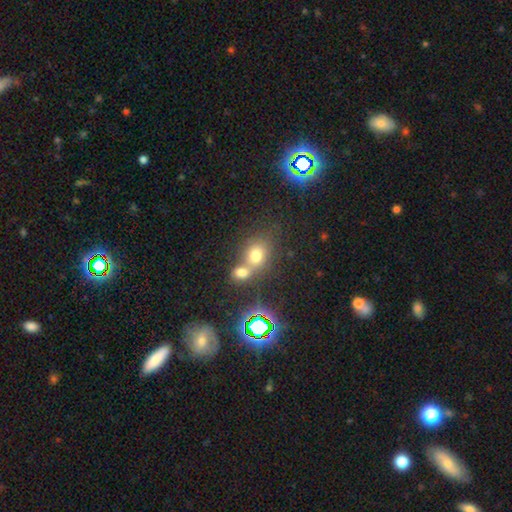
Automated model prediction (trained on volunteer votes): Overall: smooth (68%). How rounded: round (54%; in between 45%). Merging: merger (54%; none 35%).